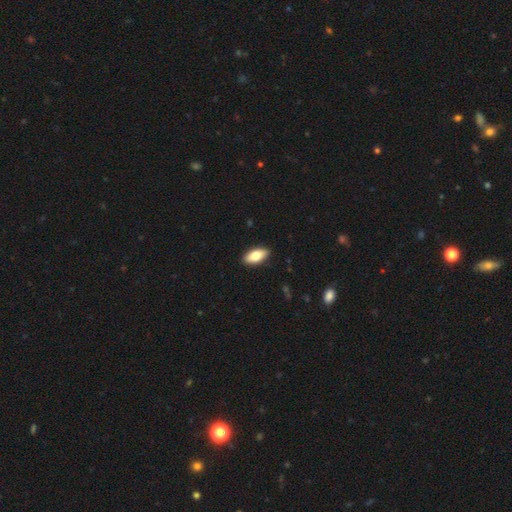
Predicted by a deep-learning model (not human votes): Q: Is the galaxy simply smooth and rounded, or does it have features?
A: smooth — 81%.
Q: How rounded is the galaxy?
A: in between — 91%.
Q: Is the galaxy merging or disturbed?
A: none — 90%.